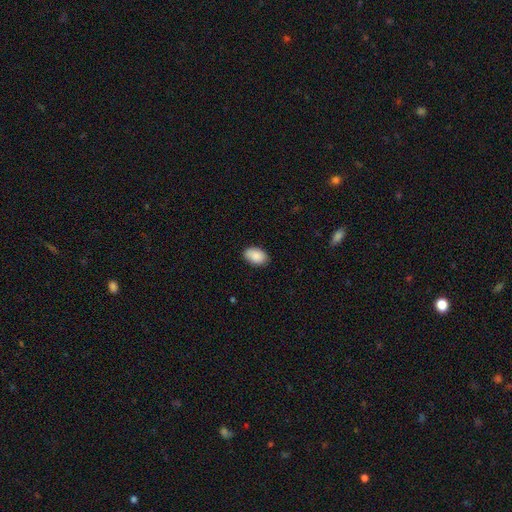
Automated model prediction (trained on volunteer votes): This is clearly a smooth galaxy (89%). How rounded: clearly in between (89%). Merging: clearly none (83%).